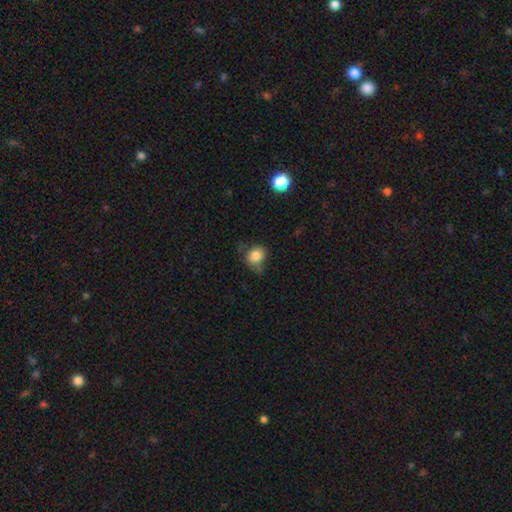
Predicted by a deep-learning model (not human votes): Smooth or featured?
  - smooth: 80% *
  - star or artifact: 10%
  - featured or disk: 10%
How rounded?
  - round: 63% *
  - in between: 36%
  - cigar-shaped: 1%
Merging?
  - none: 47% *
  - minor disturbance: 35%
  - major disturbance: 15%
  - merger: 3%